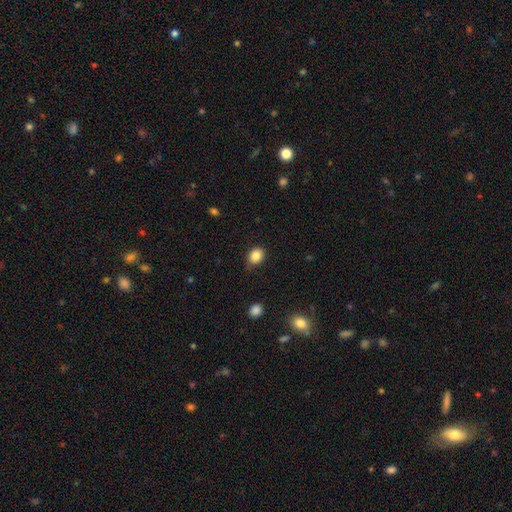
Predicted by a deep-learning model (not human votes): Smooth or featured? smooth (85%)
How rounded? round (56%)
Merging? none (76%)